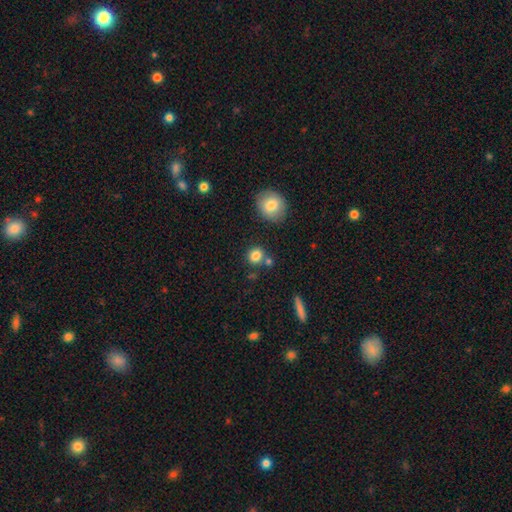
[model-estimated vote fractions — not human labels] smooth 83%, star or artifact 11%, featured or disk 6%. Down the decision tree: how rounded — round (86%); merging — none (72%).